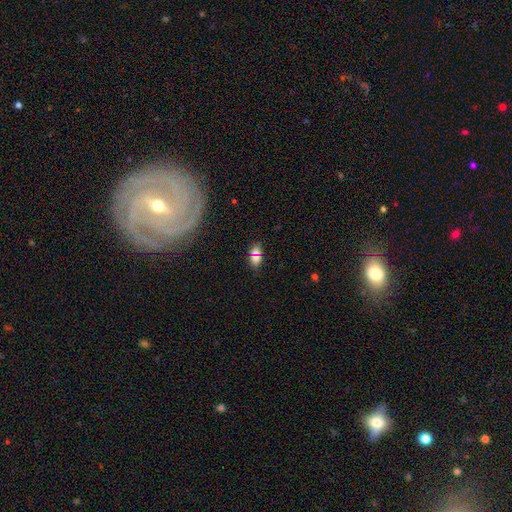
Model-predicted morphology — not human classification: smooth_or_featured: smooth (p=0.64) [alt: star or artifact p=0.24]
how_rounded: in between (p=0.76) [alt: round p=0.19]
merging: none (p=0.70) [alt: minor disturbance p=0.12]